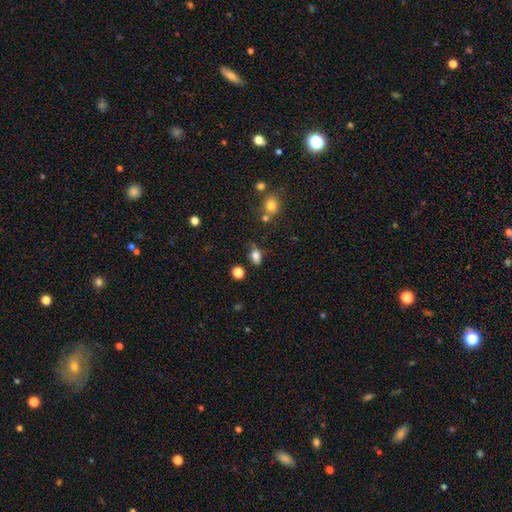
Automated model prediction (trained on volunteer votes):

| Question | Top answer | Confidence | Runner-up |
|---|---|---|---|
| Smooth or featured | smooth | 79% | star or artifact (11%) |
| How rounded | in between | 78% | round (18%) |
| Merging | none | 57% | minor disturbance (26%) |